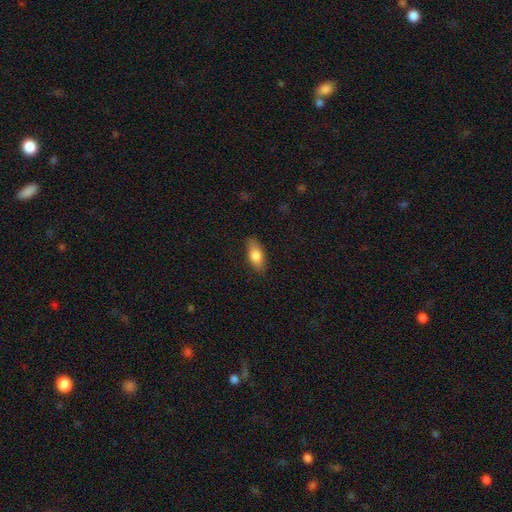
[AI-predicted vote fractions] A smooth galaxy with no disk features (81%) that is in between round and cigar-shaped (85%).

Vote fractions:
- Smooth or featured? smooth: 81% / featured or disk: 13% / star or artifact: 7%
- How rounded? in between: 85% / cigar-shaped: 11% / round: 4%
- Merging? none: 81% / minor disturbance: 14% / major disturbance: 3% / merger: 1%